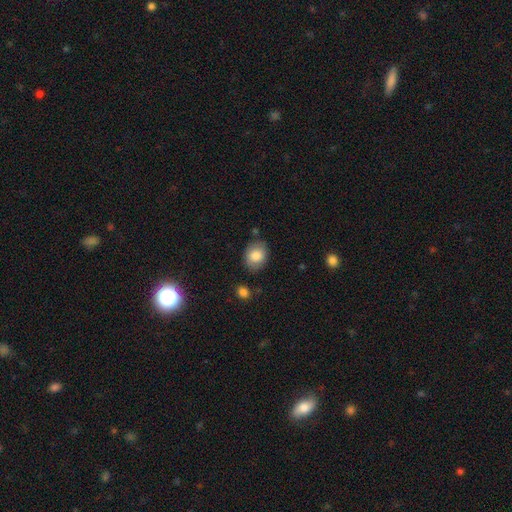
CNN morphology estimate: Smooth or featured? smooth (83%)
How rounded? in between (54%)
Merging? none (79%)